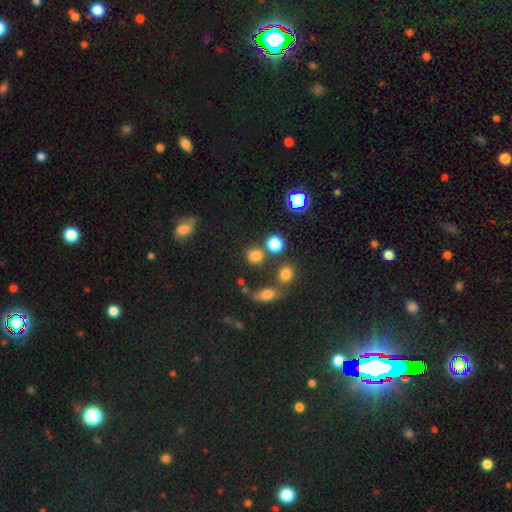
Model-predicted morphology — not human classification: Smooth or featured? smooth (77%)
How rounded? round (82%)
Merging? none (70%)